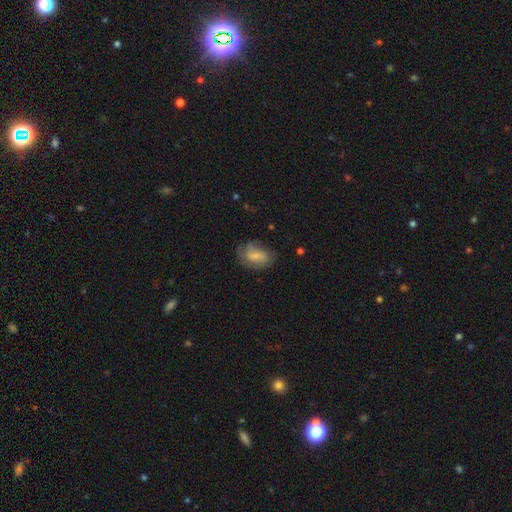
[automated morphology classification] A smooth galaxy with no disk features (60%) that is in between round and cigar-shaped (84%). Merging: none (56%).